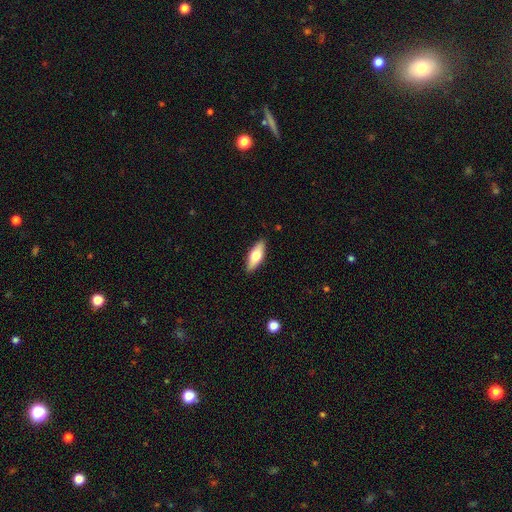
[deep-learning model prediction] Smooth or featured? Predicted: smooth (p=0.66). How rounded? Predicted: in between (p=0.66). Merging? Predicted: none (p=0.88).